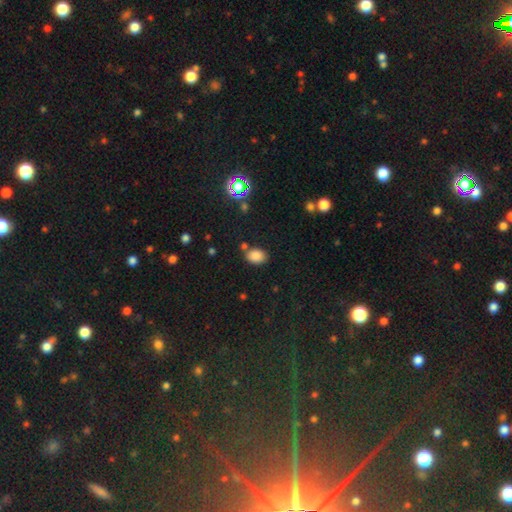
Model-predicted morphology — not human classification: smooth-or-featured: smooth: 83% | star or artifact: 12% | featured or disk: 5%
  how-rounded: in between: 71% | round: 28% | cigar-shaped: 1%
  merging: none: 73% | minor disturbance: 14% | merger: 9% | major disturbance: 4%